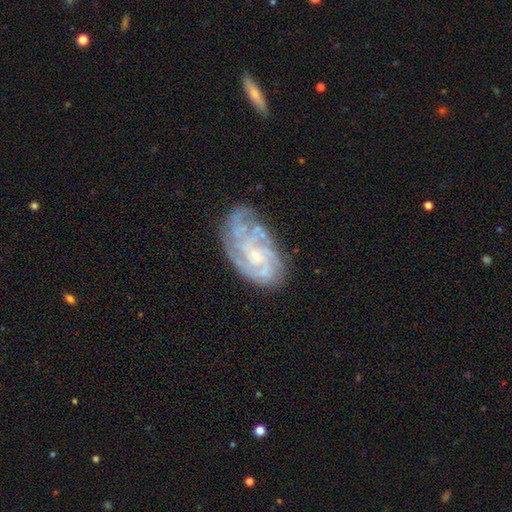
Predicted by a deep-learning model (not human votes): Smooth or featured: featured or disk — 82% (smooth — 11%)
Edge-on disk: no — 96% (yes — 4%)
Bar: no — 68% (weak — 27%)
Spiral arms: yes — 93% (no — 7%)
Spiral winding: tight — 62% (medium — 30%)
Spiral arm count: can't tell — 34% (4 — 23%)
Bulge size: small — 71% (moderate — 22%)
Merging: none — 62% (minor disturbance — 24%)